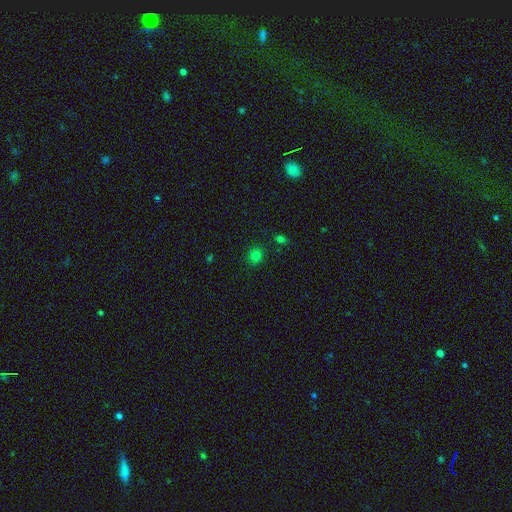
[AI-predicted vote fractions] The model was most divided on "smooth or featured": smooth: 78%, star or artifact: 18%, featured or disk: 5%. More confident: how rounded — round (87%); merging — none (87%).